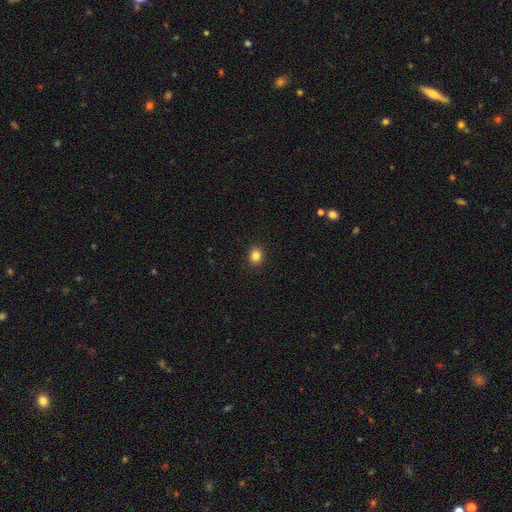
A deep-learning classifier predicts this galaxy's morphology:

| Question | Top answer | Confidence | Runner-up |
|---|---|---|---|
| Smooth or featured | smooth | 84% | star or artifact (11%) |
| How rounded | round | 70% | in between (29%) |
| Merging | none | 91% | minor disturbance (6%) |